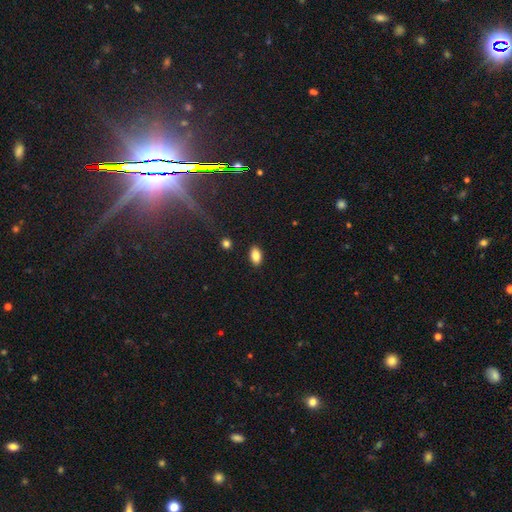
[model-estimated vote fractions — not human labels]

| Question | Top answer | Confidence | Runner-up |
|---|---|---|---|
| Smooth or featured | smooth | 86% | star or artifact (8%) |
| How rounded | in between | 91% | round (6%) |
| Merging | none | 88% | minor disturbance (8%) |